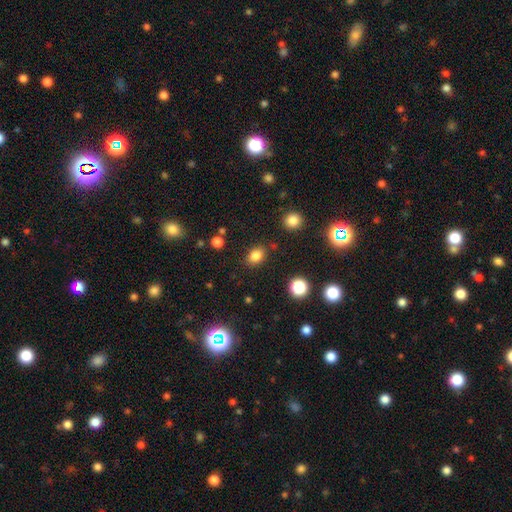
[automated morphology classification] smooth-or-featured: smooth: 82% | star or artifact: 12% | featured or disk: 6%
  how-rounded: in between: 67% | round: 32% | cigar-shaped: 1%
  merging: none: 82% | minor disturbance: 11% | major disturbance: 3% | merger: 3%